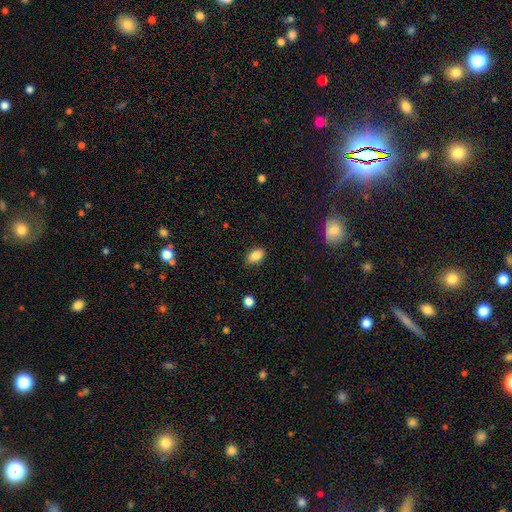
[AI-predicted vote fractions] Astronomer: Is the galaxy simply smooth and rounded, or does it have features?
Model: smooth — 86%.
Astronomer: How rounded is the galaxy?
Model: in between — 89%.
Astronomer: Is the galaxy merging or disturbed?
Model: none — 85%.